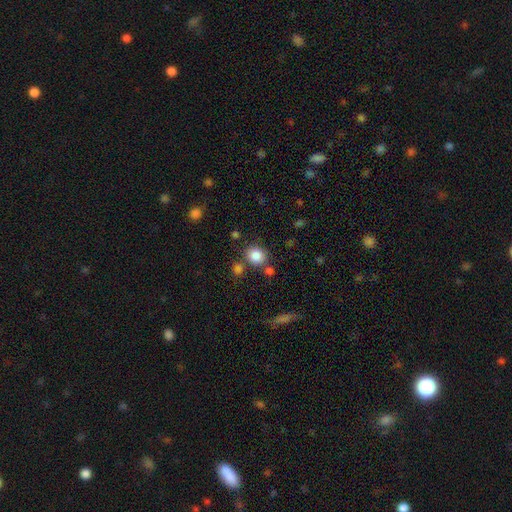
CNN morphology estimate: smooth 84%, star or artifact 10%, featured or disk 5%. Down the decision tree: how rounded — round (77%); merging — none (73%).